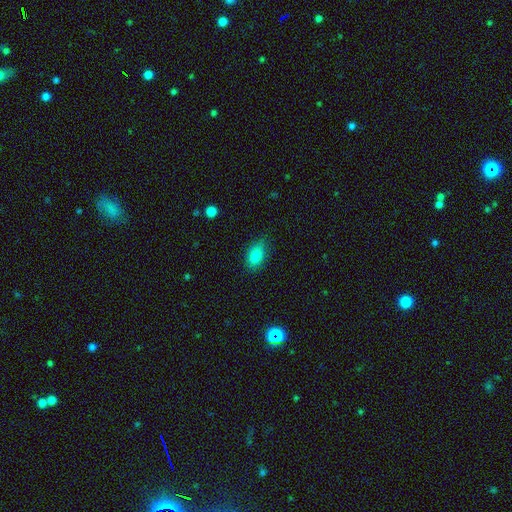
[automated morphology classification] A smooth galaxy with no disk features (85%) that is in between round and cigar-shaped (87%). Merging: none (81%).